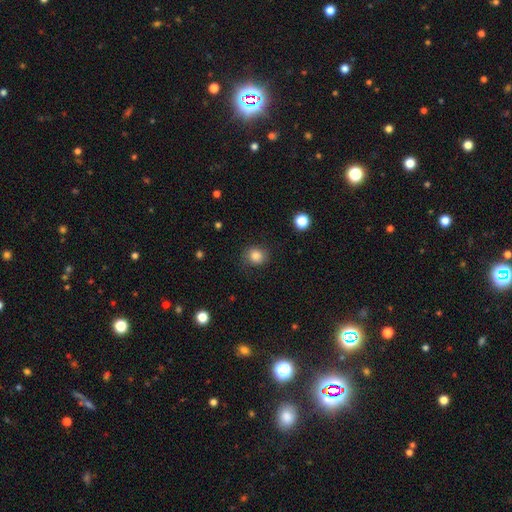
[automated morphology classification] smooth-or-featured: smooth: 83% | star or artifact: 11% | featured or disk: 6%
  how-rounded: round: 80% | in between: 19% | cigar-shaped: 1%
  merging: none: 80% | minor disturbance: 14% | major disturbance: 5% | merger: 1%